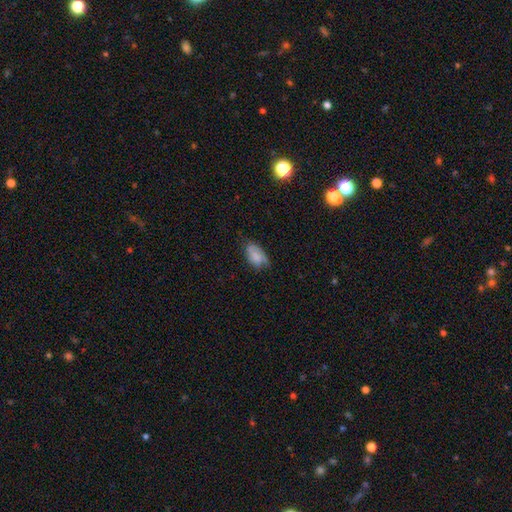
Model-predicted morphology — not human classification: Overall: smooth (72%). How rounded: in between (92%). Merging: none (47%; minor disturbance 38%).